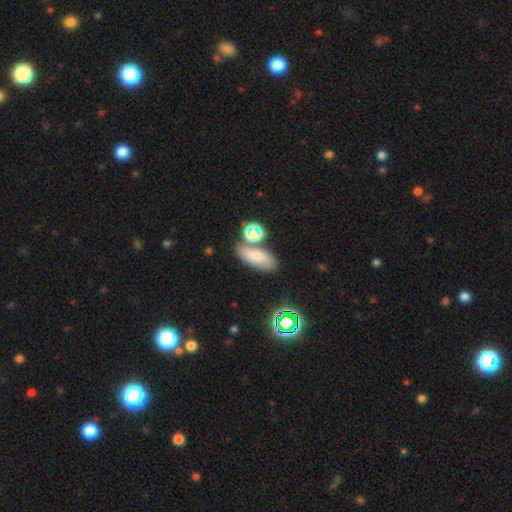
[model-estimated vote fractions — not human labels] Overall: smooth (70%). How rounded: in between (82%). Merging: none (63%).